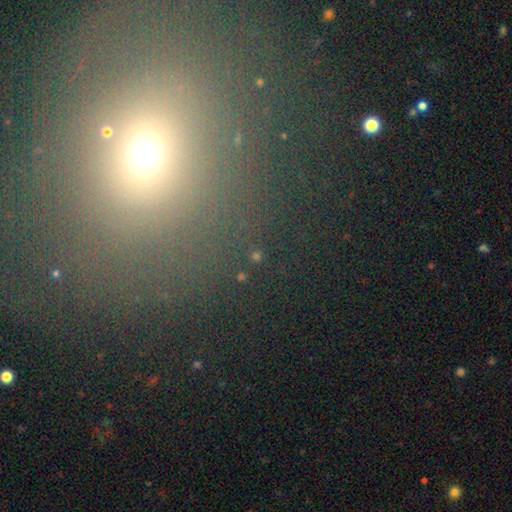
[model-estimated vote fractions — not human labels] The model was most divided on "smooth or featured": star or artifact: 57%, smooth: 32%, featured or disk: 11%.